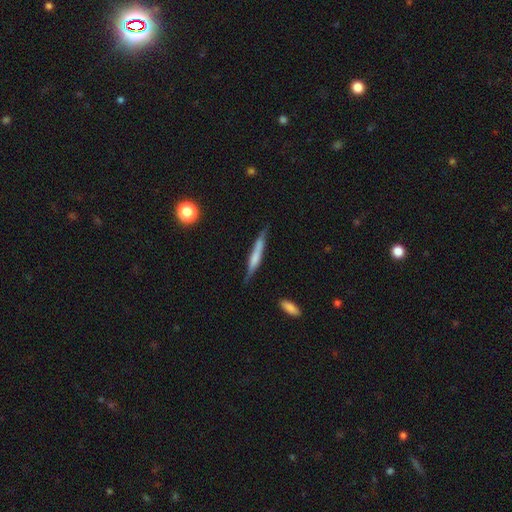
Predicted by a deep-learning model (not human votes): Morphology: type=smooth (49%); merging=none (79%).